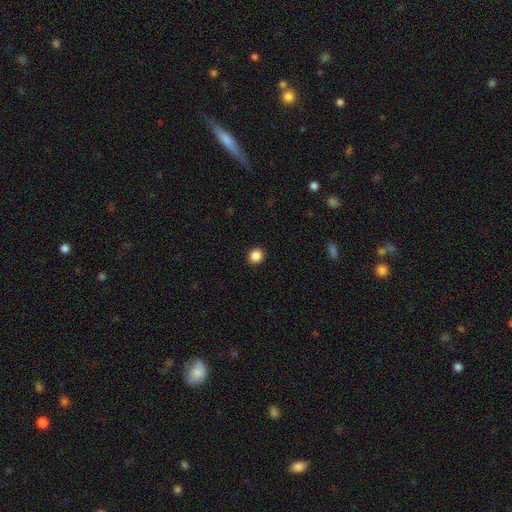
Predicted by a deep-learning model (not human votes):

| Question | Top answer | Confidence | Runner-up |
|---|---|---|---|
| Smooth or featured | smooth | 87% | star or artifact (10%) |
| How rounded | round | 87% | in between (12%) |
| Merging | none | 92% | minor disturbance (5%) |